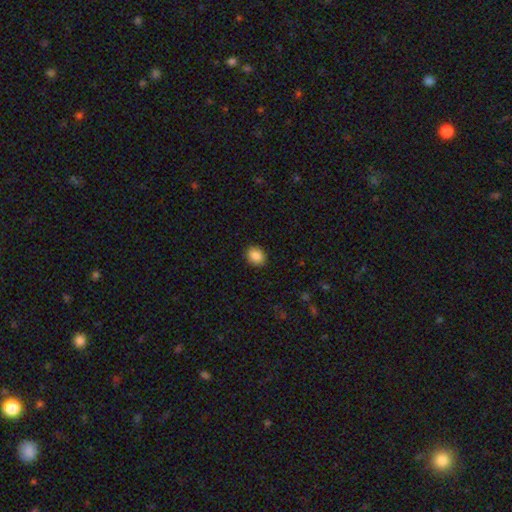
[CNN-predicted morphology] smooth 87%, star or artifact 9%, featured or disk 4%. Down the decision tree: how rounded — round (58%); merging — none (90%).